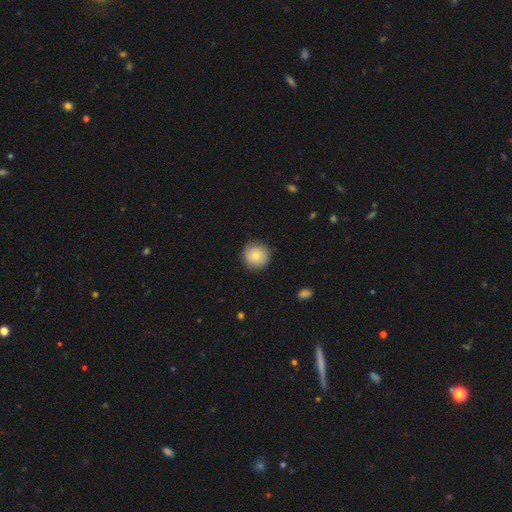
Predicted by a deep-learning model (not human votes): A smooth galaxy with no disk features (81%) that is round (94%).

Vote fractions:
- Smooth or featured? smooth: 81% / featured or disk: 11% / star or artifact: 8%
- How rounded? round: 94% / in between: 5% / cigar-shaped: 1%
- Merging? none: 88% / minor disturbance: 9% / major disturbance: 2% / merger: 1%